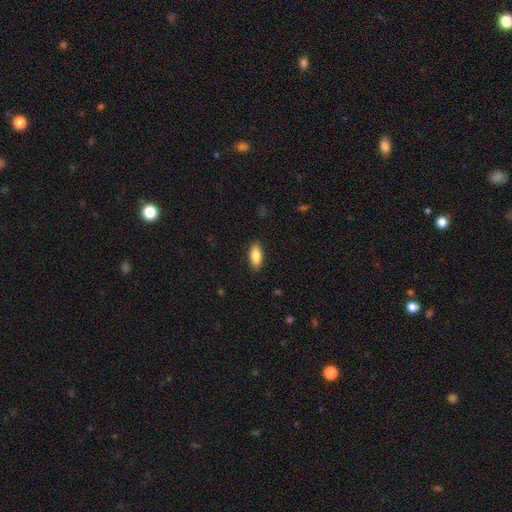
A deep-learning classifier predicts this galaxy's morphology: smooth_or_featured: smooth (p=0.85) [alt: featured or disk p=0.08]
how_rounded: in between (p=0.84) [alt: cigar-shaped p=0.14]
merging: none (p=0.89) [alt: minor disturbance p=0.08]